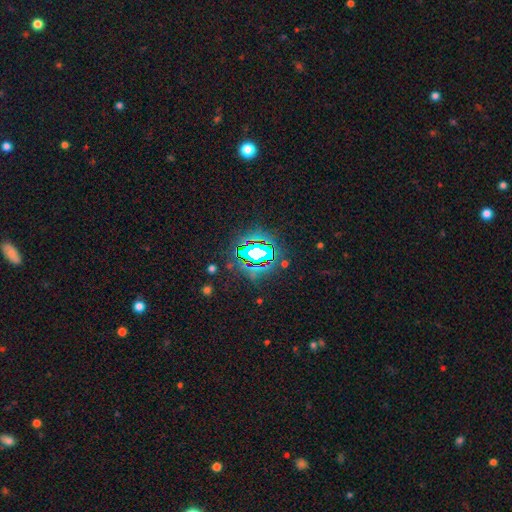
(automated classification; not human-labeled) Q: Smooth or featured?
A: star or artifact (76%); runner-up: smooth (13%)